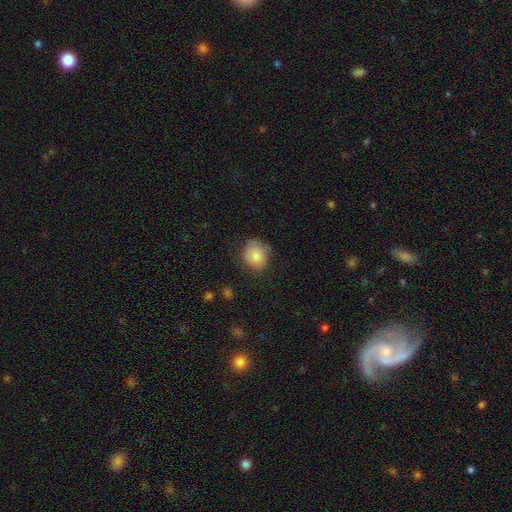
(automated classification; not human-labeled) Smooth or featured: smooth — 82% (featured or disk — 10%)
How rounded: round — 65% (in between — 34%)
Merging: none — 65% (minor disturbance — 26%)